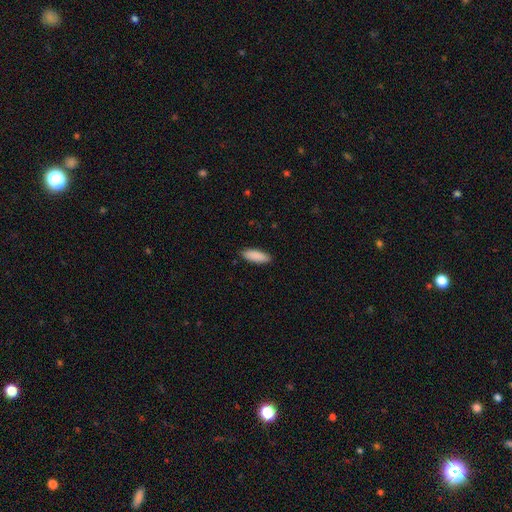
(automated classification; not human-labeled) Smooth or featured?
  - smooth: 90% *
  - star or artifact: 6%
  - featured or disk: 4%
How rounded?
  - in between: 65% *
  - cigar-shaped: 34%
  - round: 1%
Merging?
  - none: 89% *
  - minor disturbance: 9%
  - major disturbance: 2%
  - merger: 1%